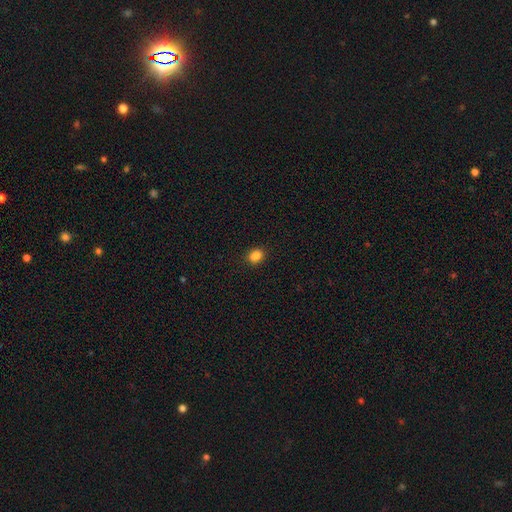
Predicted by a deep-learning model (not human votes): Smooth or featured? Predicted: smooth (p=0.83). How rounded? Predicted: in between (p=0.59). Merging? Predicted: none (p=0.74).